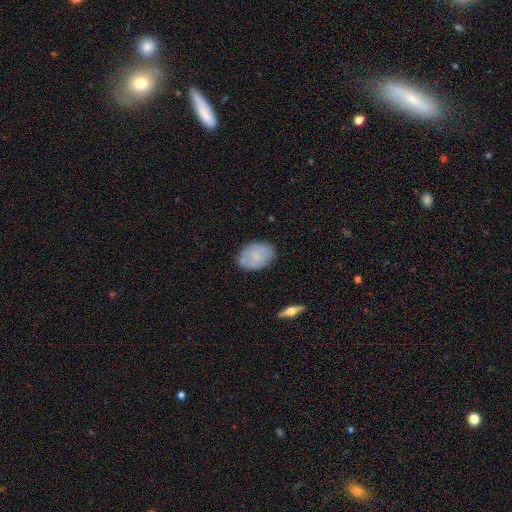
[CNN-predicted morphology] A smooth galaxy with no disk features (67%) that is in between round and cigar-shaped (80%). Merging: none (78%).